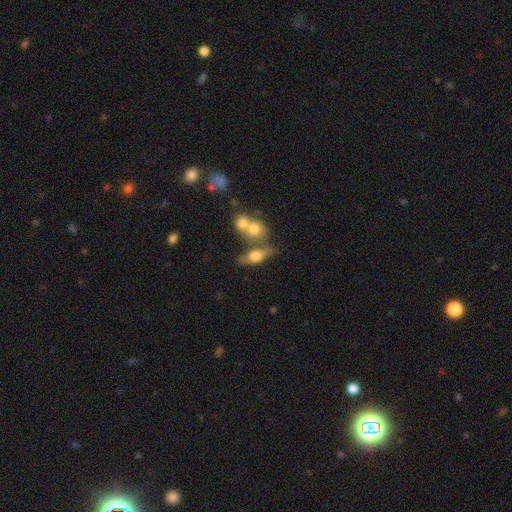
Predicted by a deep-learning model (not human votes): A smooth galaxy with no disk features (57%) that is in between round and cigar-shaped (66%). Merging: none (41%).